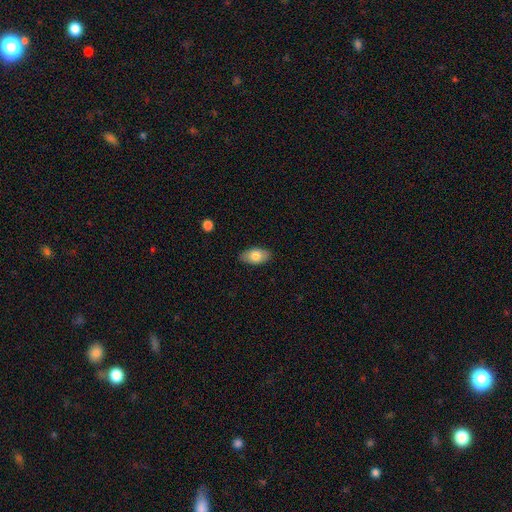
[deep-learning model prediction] This is likely a smooth galaxy (79%). How rounded: clearly in between (93%). Merging: clearly none (86%).